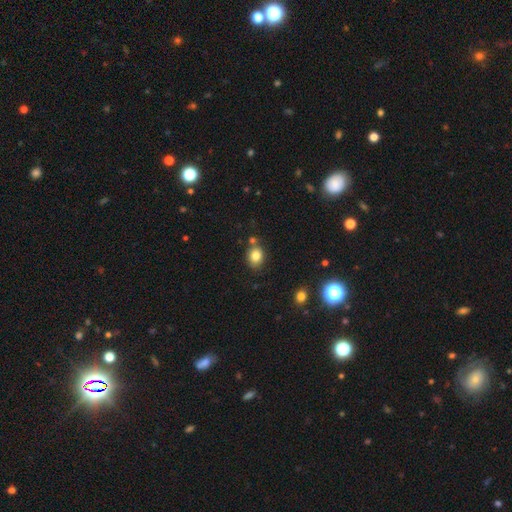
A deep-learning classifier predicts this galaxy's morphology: Smooth or featured? smooth (82%)
How rounded? round (50%)
Merging? none (71%)